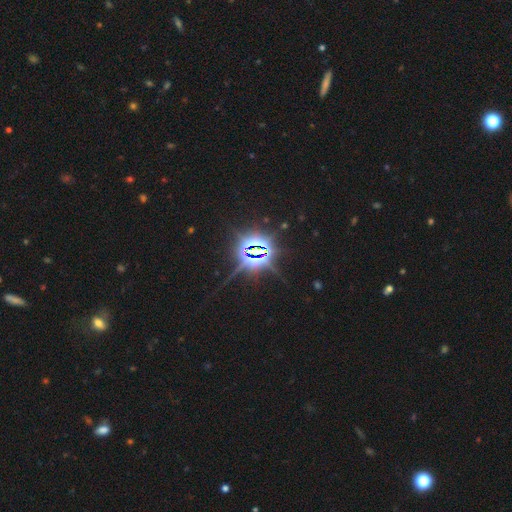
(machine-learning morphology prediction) A star or artifact, not a galaxy (85%).